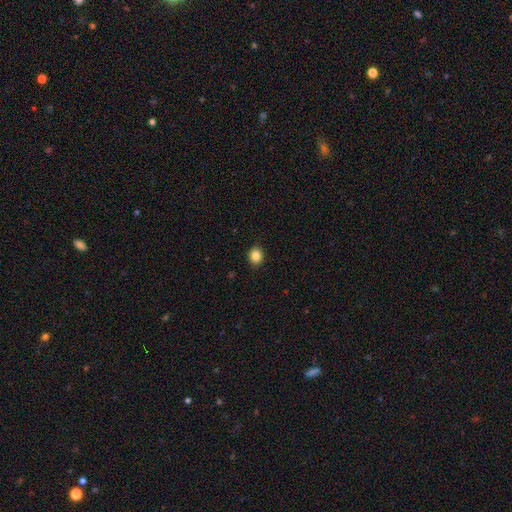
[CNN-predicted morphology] smooth 85%, star or artifact 10%, featured or disk 5%. Down the decision tree: how rounded — round (74%); merging — none (90%).